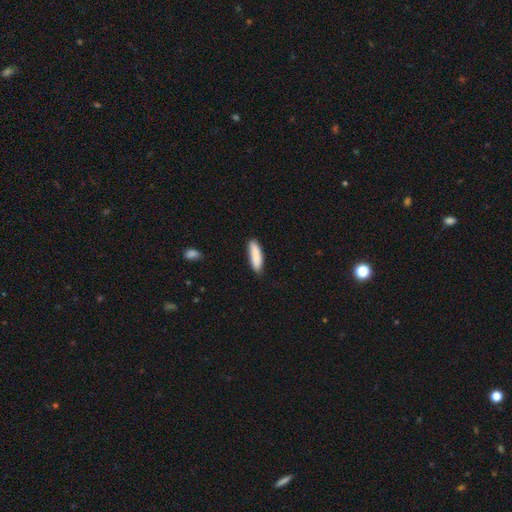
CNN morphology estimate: A smooth galaxy with no disk features (88%) that is cigar-shaped (62%).

Vote fractions:
- Smooth or featured? smooth: 88% / featured or disk: 6% / star or artifact: 6%
- How rounded? cigar-shaped: 62% / in between: 37% / round: 1%
- Merging? none: 83% / minor disturbance: 13% / major disturbance: 2% / merger: 1%